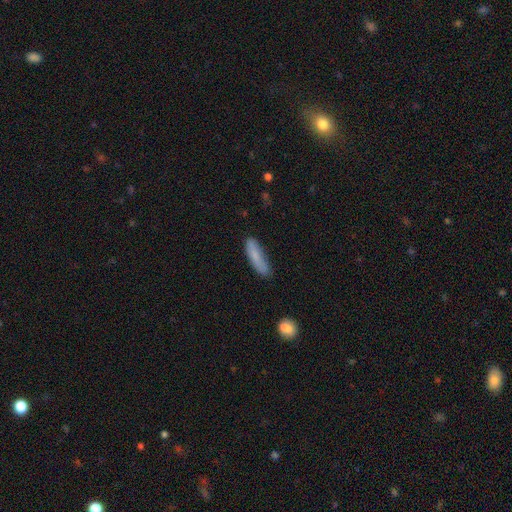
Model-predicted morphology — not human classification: A smooth galaxy with no disk features (79%) that is cigar-shaped (72%).

Vote fractions:
- Smooth or featured? smooth: 79% / featured or disk: 14% / star or artifact: 7%
- How rounded? cigar-shaped: 72% / in between: 27% / round: 2%
- Merging? none: 71% / minor disturbance: 21% / major disturbance: 5% / merger: 3%